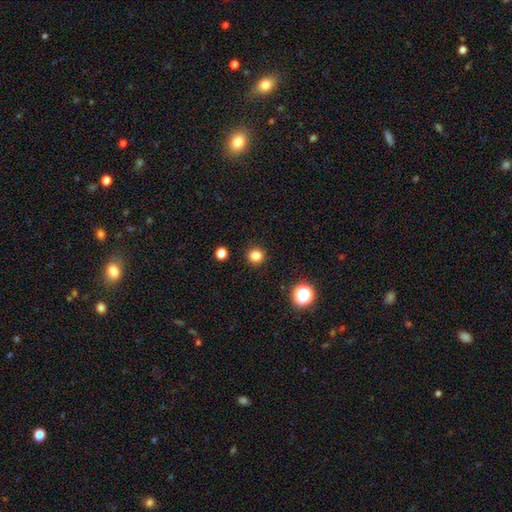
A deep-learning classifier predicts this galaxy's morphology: Q: Smooth or featured?
A: smooth (83%); runner-up: star or artifact (13%)
Q: How rounded?
A: round (94%); runner-up: in between (5%)
Q: Merging?
A: none (92%); runner-up: minor disturbance (5%)